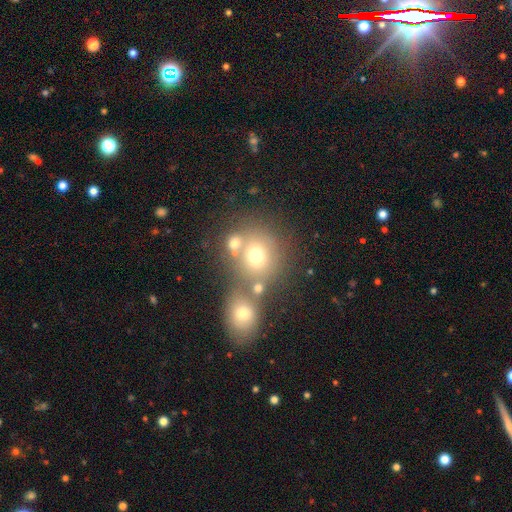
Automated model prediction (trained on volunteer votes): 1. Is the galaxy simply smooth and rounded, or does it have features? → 68% smooth, 16% featured or disk, 16% star or artifact.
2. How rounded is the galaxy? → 76% round, 23% in between, 1% cigar-shaped.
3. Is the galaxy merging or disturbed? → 48% none, 37% merger, 10% minor disturbance, 5% major disturbance.